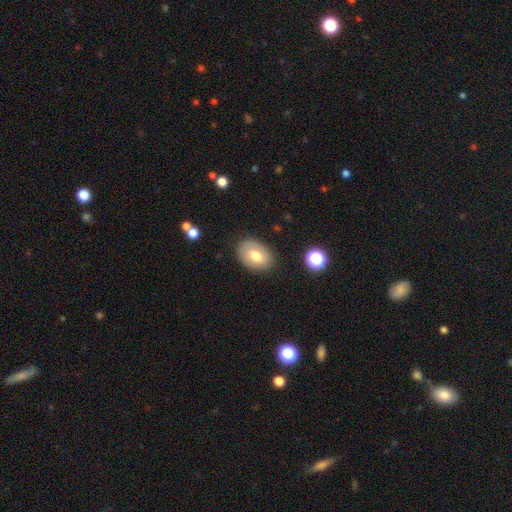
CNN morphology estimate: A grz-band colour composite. It shows a smooth galaxy with no disk features (69%) that is in between round and cigar-shaped (78%). Merging: none (81%).